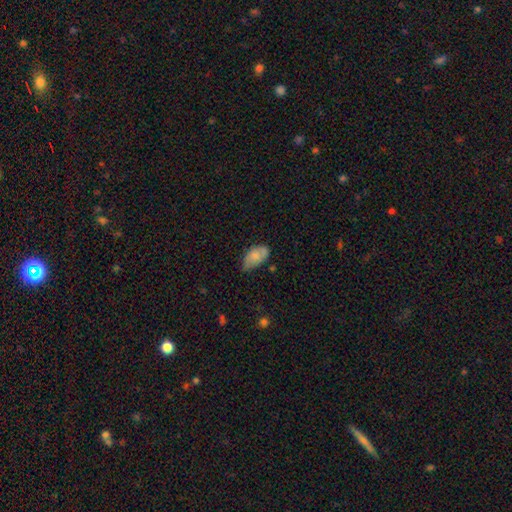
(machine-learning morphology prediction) type=smooth (75%); roundness=in between (93%); merging=none (46%).